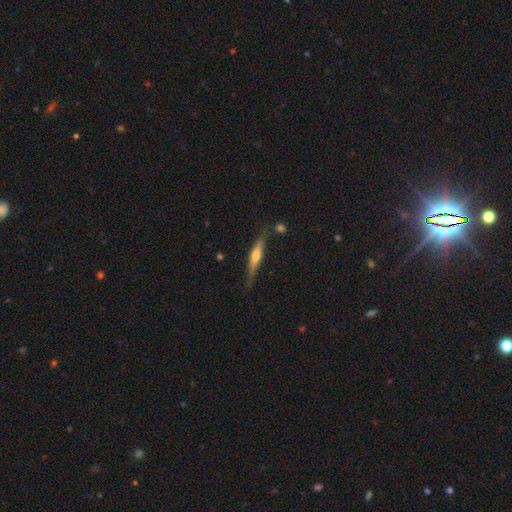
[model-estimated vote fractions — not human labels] smooth-or-featured: featured or disk: 56% | smooth: 38% | star or artifact: 6%
  disk-edge-on: yes: 94% | no: 6%
    edge-on-bulge: rounded: 81% | none: 10% | boxy: 9%
  merging: none: 75% | minor disturbance: 17% | merger: 4% | major disturbance: 4%